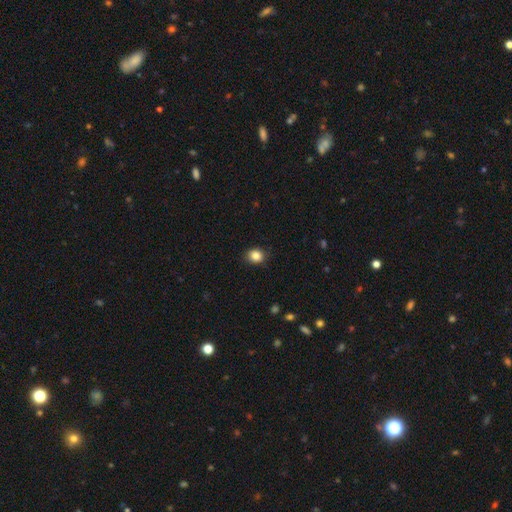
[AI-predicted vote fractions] smooth 85%, star or artifact 10%, featured or disk 5%. Down the decision tree: how rounded — round (66%); merging — none (85%).